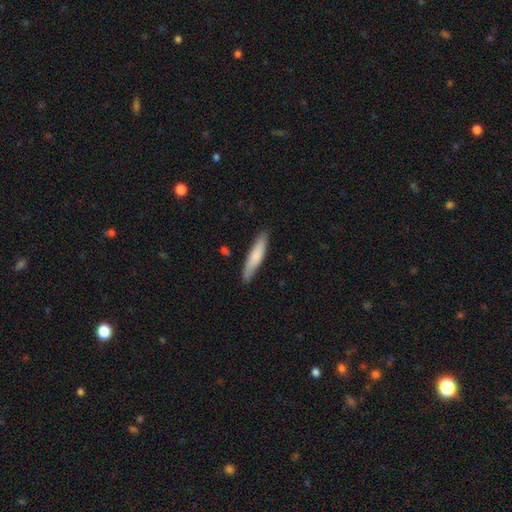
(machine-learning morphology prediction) smooth_or_featured: smooth (p=0.75) [alt: featured or disk p=0.19]
how_rounded: cigar-shaped (p=0.84) [alt: in between p=0.15]
merging: none (p=0.83) [alt: minor disturbance p=0.14]